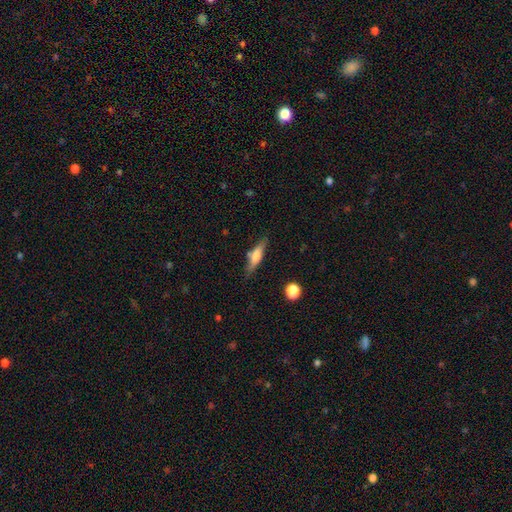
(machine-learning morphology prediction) This is likely a smooth galaxy (62%). How rounded: likely cigar-shaped (69%). Merging: likely none (77%).